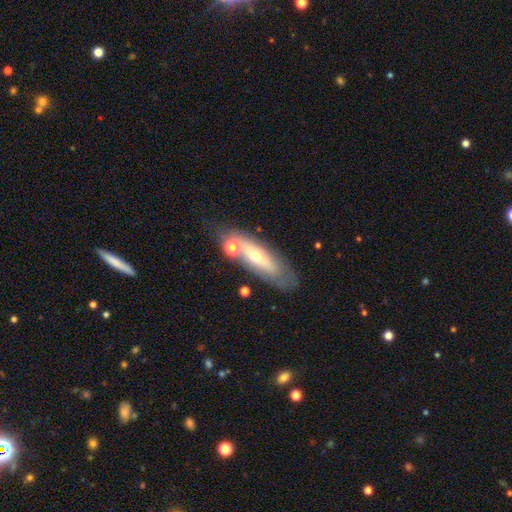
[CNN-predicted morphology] Smooth or featured? Predicted: featured or disk (p=0.52). Edge-on disk? Predicted: no (p=0.62). Merging? Predicted: none (p=0.62).